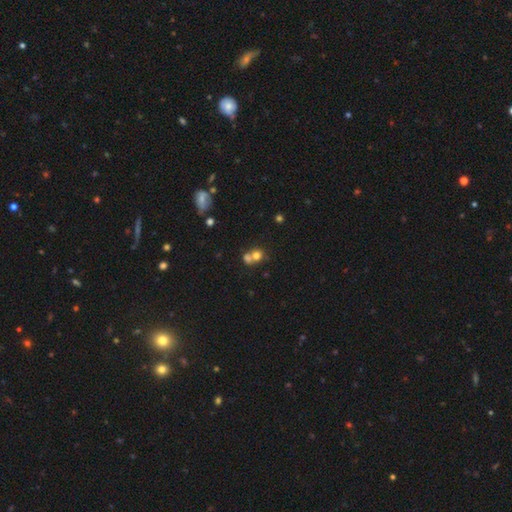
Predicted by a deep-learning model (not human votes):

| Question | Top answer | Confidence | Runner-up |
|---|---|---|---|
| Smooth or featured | smooth | 72% | featured or disk (15%) |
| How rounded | round | 76% | in between (23%) |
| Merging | merger | 58% | none (33%) |